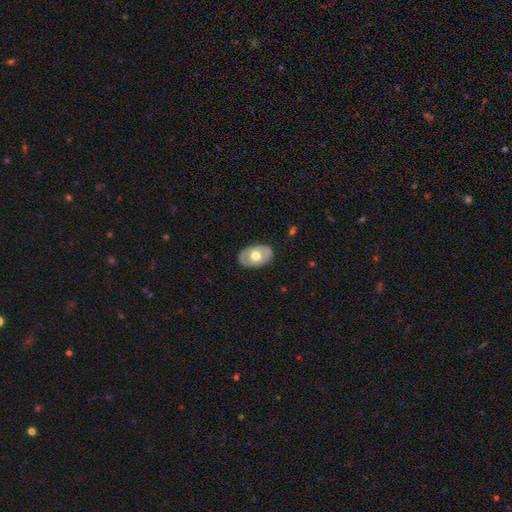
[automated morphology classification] The model was most divided on "smooth or featured": featured or disk: 50%, smooth: 46%, star or artifact: 5%. More confident: merging — none (84%).